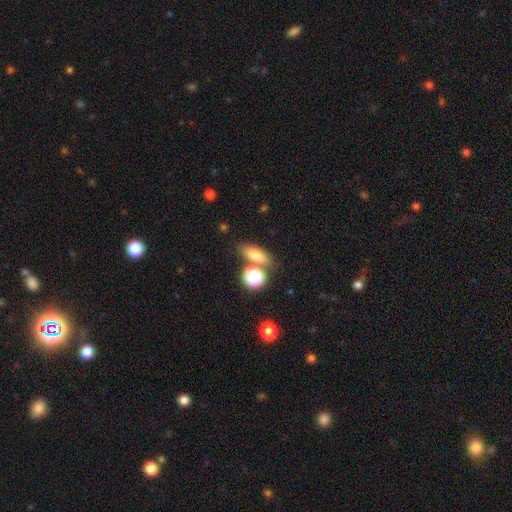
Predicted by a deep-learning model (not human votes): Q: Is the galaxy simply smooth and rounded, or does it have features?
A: smooth — 73%.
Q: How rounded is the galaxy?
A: in between — 62%.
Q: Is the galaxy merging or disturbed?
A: none — 68%.